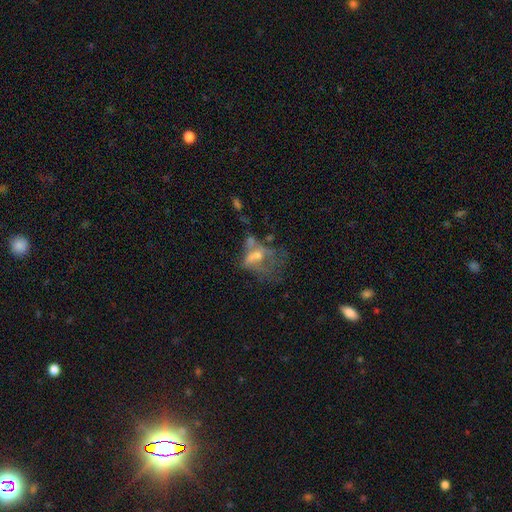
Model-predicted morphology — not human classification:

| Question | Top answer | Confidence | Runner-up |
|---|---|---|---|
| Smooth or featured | featured or disk | 52% | smooth (32%) |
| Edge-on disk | no | 96% | yes (4%) |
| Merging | major disturbance | 40% | merger (24%) |